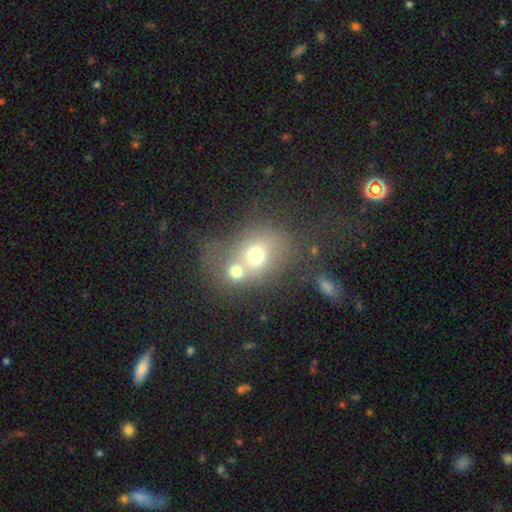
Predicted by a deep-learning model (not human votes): smooth_or_featured: smooth (p=0.62) [alt: featured or disk p=0.23]
how_rounded: round (p=0.57) [alt: in between p=0.42]
merging: merger (p=0.56) [alt: none p=0.28]